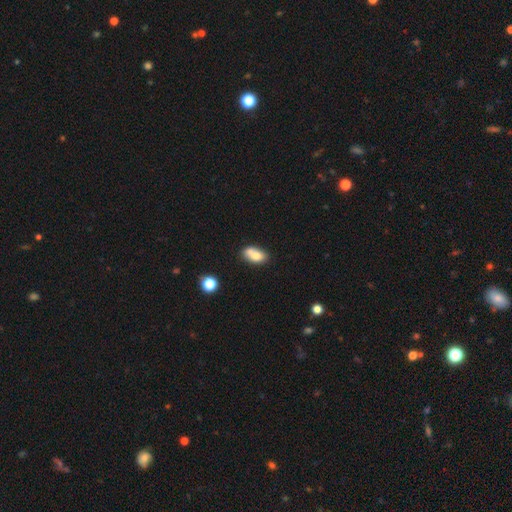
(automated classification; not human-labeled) Smooth or featured?
  - smooth: 72% *
  - featured or disk: 19%
  - star or artifact: 9%
How rounded?
  - in between: 84% *
  - round: 13%
  - cigar-shaped: 3%
Merging?
  - none: 42% *
  - merger: 38%
  - minor disturbance: 16%
  - major disturbance: 5%